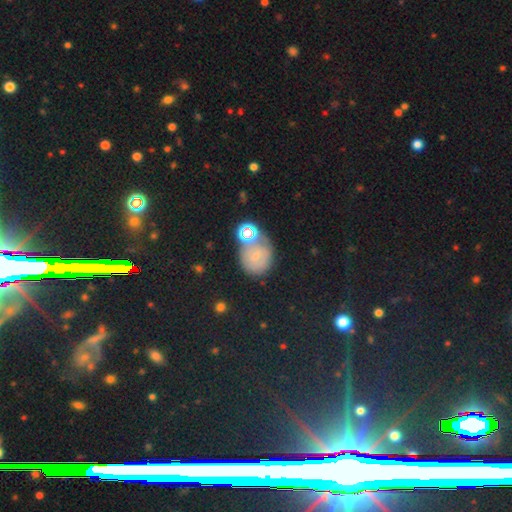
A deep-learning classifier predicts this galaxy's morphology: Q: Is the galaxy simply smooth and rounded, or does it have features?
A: smooth — 50%.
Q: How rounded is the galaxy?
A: round — 70%.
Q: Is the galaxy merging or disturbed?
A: none — 57%.